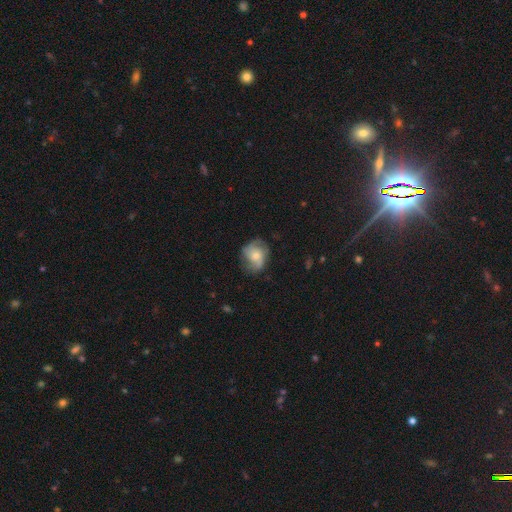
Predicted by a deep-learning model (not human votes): Smooth or featured? featured or disk (47%)
Merging? none (56%)